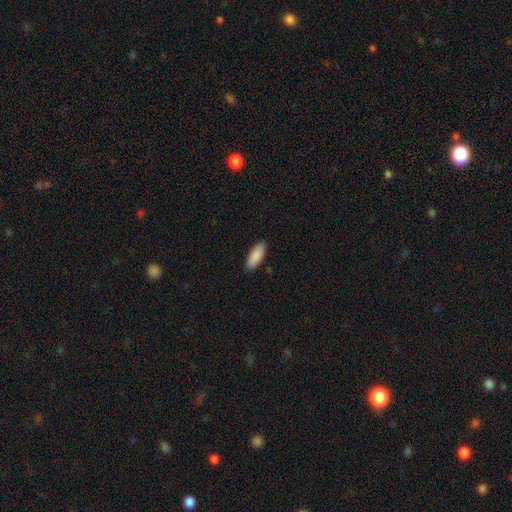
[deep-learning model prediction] A smooth galaxy with no disk features (91%) that is in between round and cigar-shaped (80%).

Vote fractions:
- Smooth or featured? smooth: 91% / star or artifact: 5% / featured or disk: 4%
- How rounded? in between: 80% / cigar-shaped: 19% / round: 2%
- Merging? none: 90% / minor disturbance: 7% / major disturbance: 2% / merger: 1%